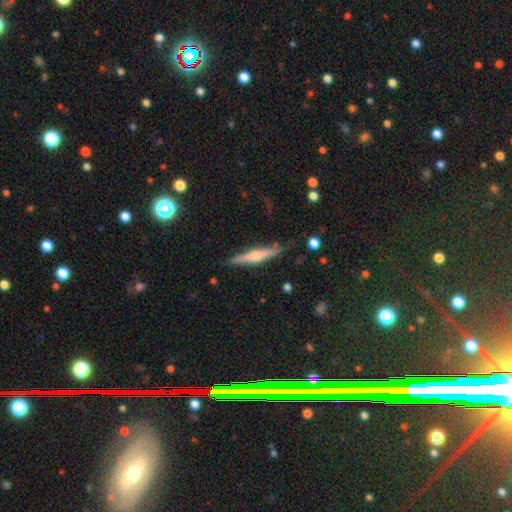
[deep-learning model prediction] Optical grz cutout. It shows a featured or disk galaxy (57%) viewed edge-on (96%) with a rounded central bulge (77%). Merging: none (81%).